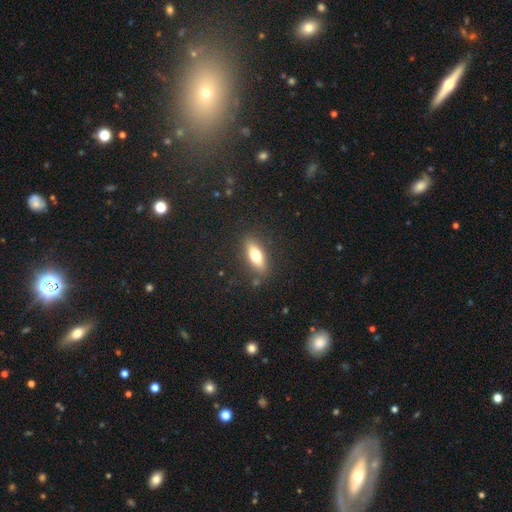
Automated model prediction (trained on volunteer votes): smooth_or_featured: smooth (p=0.67) [alt: featured or disk p=0.25]
how_rounded: in between (p=0.61) [alt: cigar-shaped p=0.36]
merging: none (p=0.84) [alt: minor disturbance p=0.11]